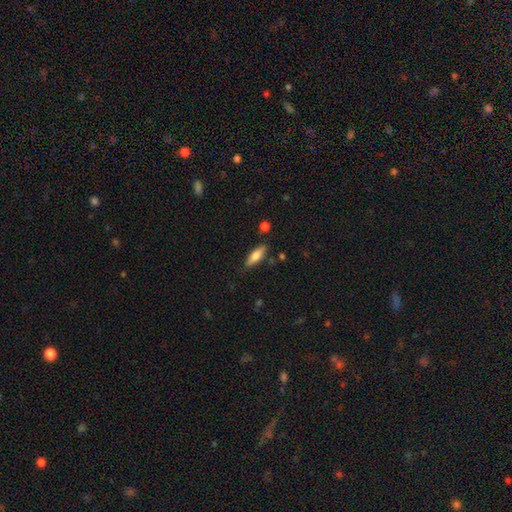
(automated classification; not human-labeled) Morphology: type=smooth (73%); roundness=in between (54%); merging=none (81%).